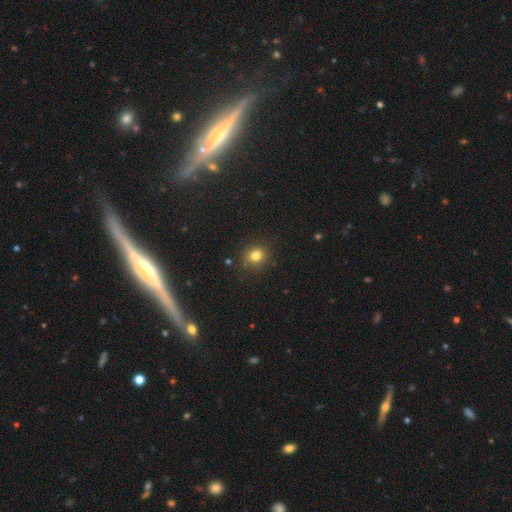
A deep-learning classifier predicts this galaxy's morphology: Smooth or featured? Predicted: smooth (p=0.80). How rounded? Predicted: round (p=0.77). Merging? Predicted: none (p=0.86).